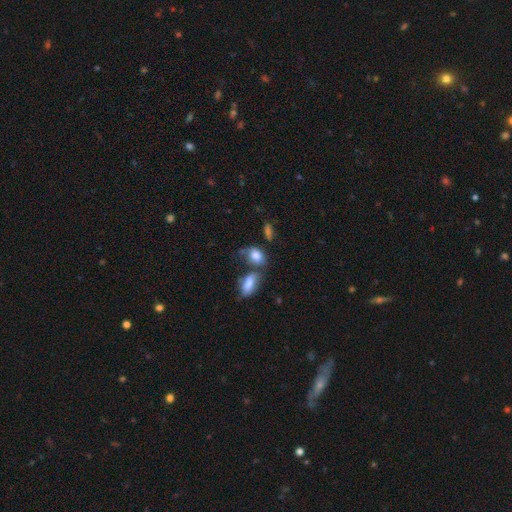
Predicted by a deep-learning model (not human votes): Smooth or featured? Predicted: smooth (p=0.81). How rounded? Predicted: in between (p=0.80). Merging? Predicted: none (p=0.44).